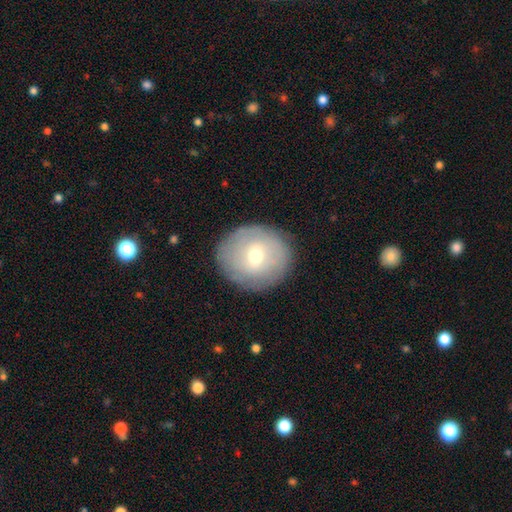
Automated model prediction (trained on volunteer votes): Morphology: type=smooth (53%); roundness=round (86%); merging=none (85%).